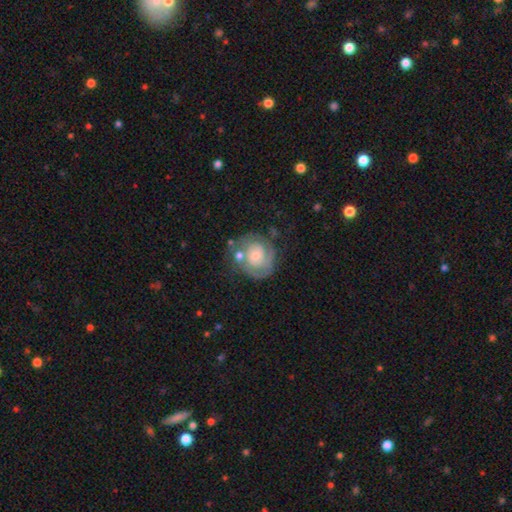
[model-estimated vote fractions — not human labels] Smooth or featured?
  - featured or disk: 70% *
  - smooth: 24%
  - star or artifact: 6%
Edge-on disk?
  - no: 98% *
  - yes: 2%
Bar?
  - no: 78% *
  - weak: 18%
  - strong: 3%
Spiral arms?
  - yes: 83% *
  - no: 17%
Spiral winding?
  - tight: 64% *
  - medium: 27%
  - loose: 9%
Spiral arm count?
  - 2: 45% *
  - can't tell: 30%
  - 1: 9%
  - 3: 9%
  - 4: 3%
  - more than 4: 3%
Bulge size?
  - small: 47% *
  - moderate: 39%
  - large: 8%
  - none: 4%
  - dominant: 2%
Merging?
  - none: 53% *
  - minor disturbance: 20%
  - major disturbance: 14%
  - merger: 13%